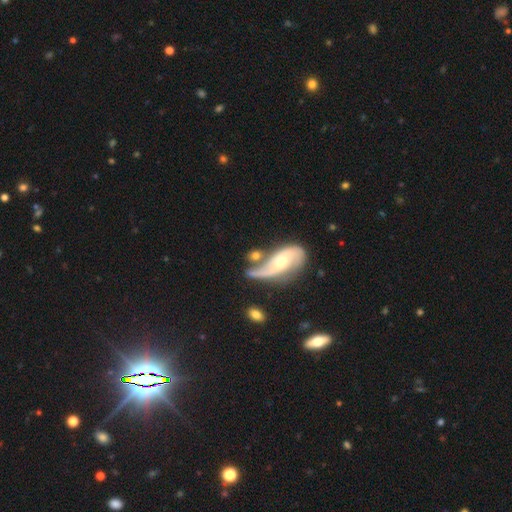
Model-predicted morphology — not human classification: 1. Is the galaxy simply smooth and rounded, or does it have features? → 63% featured or disk, 30% smooth, 7% star or artifact.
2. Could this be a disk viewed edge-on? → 90% no, 10% yes.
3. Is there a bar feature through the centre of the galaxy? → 55% no, 33% weak, 12% strong.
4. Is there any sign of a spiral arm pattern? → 84% yes, 16% no.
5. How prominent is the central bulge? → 47% small, 42% moderate, 5% large, 4% none, 2% dominant.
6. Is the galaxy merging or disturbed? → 35% none, 31% merger, 18% minor disturbance, 16% major disturbance.